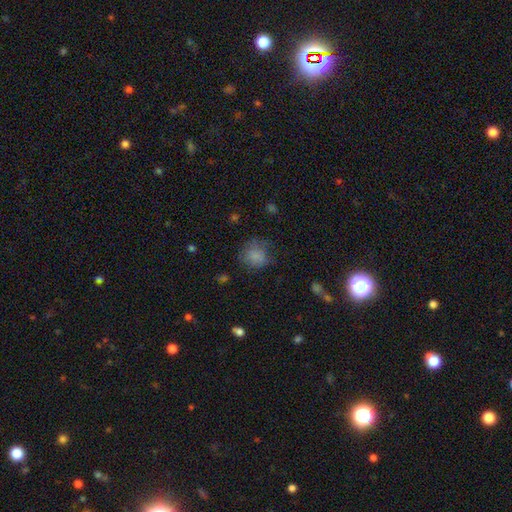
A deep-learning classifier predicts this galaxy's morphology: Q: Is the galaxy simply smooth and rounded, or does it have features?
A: smooth — 80%.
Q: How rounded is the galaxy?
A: round — 80%.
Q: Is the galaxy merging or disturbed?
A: none — 64%.